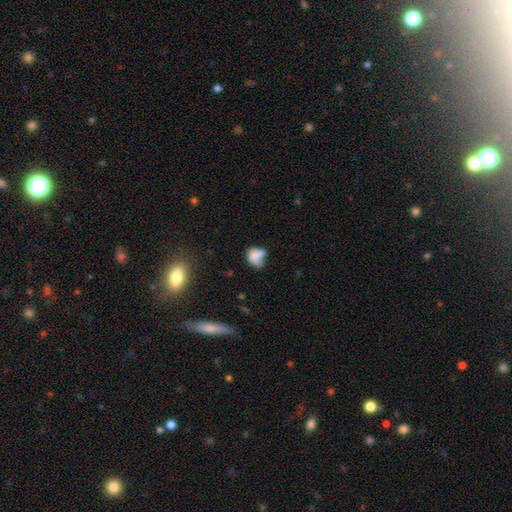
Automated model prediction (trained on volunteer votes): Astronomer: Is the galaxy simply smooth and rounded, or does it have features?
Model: smooth — 70%.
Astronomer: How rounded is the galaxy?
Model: in between — 62%.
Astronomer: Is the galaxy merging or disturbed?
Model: none — 32% (runner-up: minor disturbance, 29%).